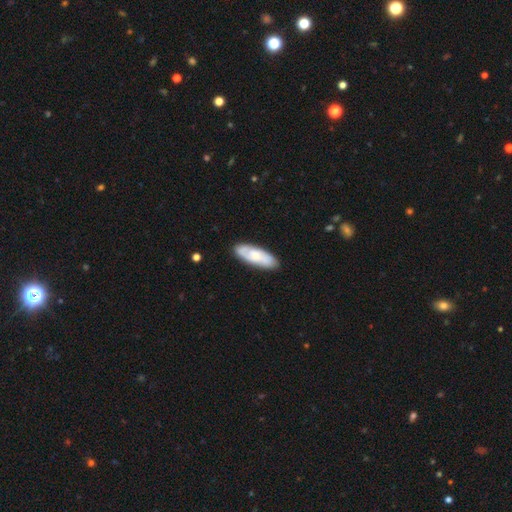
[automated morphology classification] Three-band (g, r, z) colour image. It shows a smooth galaxy with no disk features (55%) that is in between round and cigar-shaped (68%). Merging: none (84%).